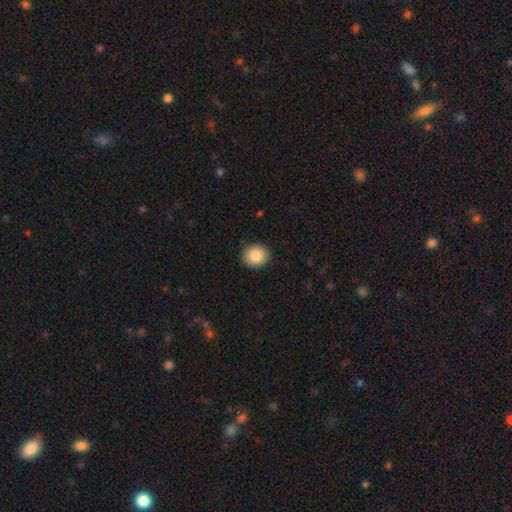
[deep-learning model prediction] Smooth or featured: smooth — 86% (star or artifact — 8%)
How rounded: round — 80% (in between — 19%)
Merging: none — 91% (minor disturbance — 6%)